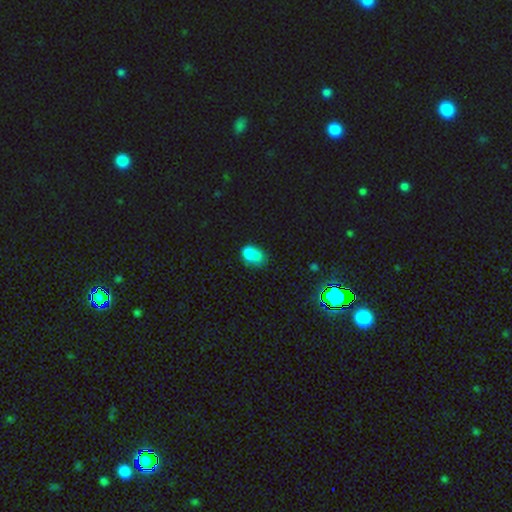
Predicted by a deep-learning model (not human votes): A smooth galaxy with no disk features (69%) that is in between round and cigar-shaped (54%). Merging: merger (47%).